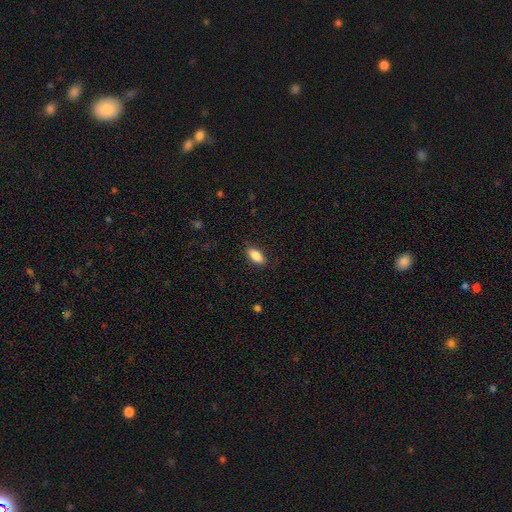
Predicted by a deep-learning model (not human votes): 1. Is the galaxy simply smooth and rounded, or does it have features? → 85% smooth, 8% featured or disk, 7% star or artifact.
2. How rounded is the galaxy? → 86% in between, 11% cigar-shaped, 3% round.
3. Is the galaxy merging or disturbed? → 86% none, 11% minor disturbance, 3% major disturbance, 1% merger.